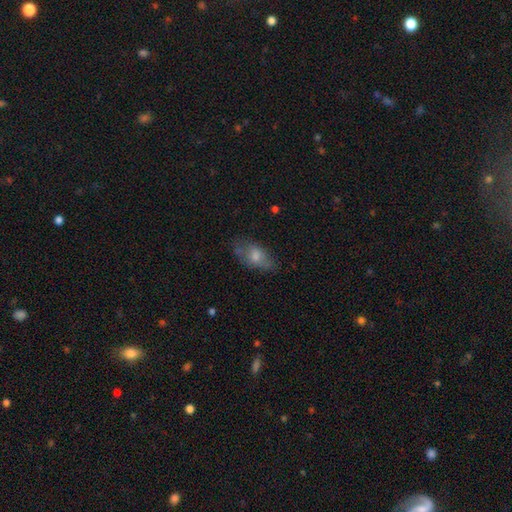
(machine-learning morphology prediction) smooth 55%, featured or disk 33%, star or artifact 11%. Down the decision tree: how rounded — in between (85%); merging — none (62%).